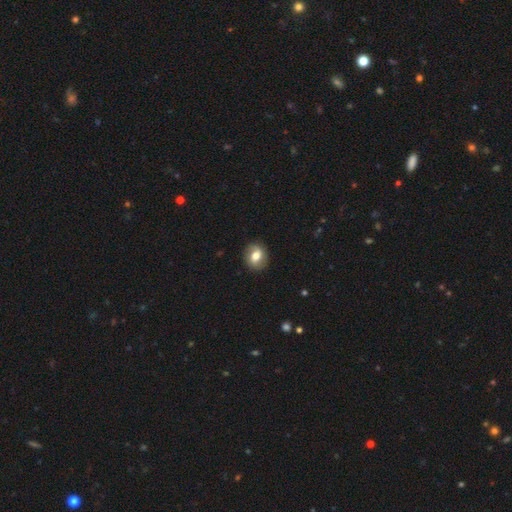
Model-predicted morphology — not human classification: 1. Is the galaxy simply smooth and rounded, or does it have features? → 64% smooth, 27% featured or disk, 9% star or artifact.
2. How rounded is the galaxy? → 64% round, 35% in between, 1% cigar-shaped.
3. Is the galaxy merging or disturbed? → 86% none, 10% minor disturbance, 3% major disturbance, 1% merger.